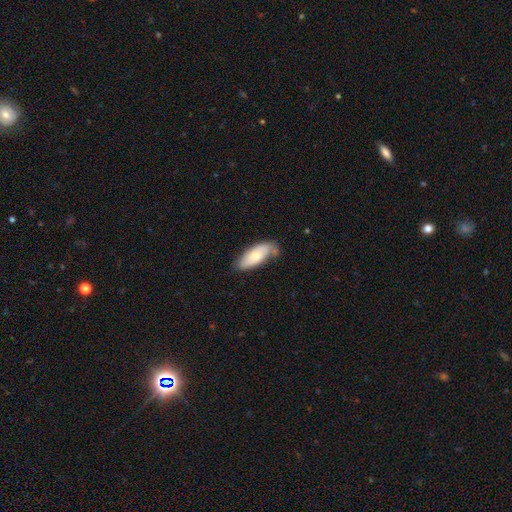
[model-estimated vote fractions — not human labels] Overall: smooth (64%; featured or disk 30%). How rounded: in between (82%). Merging: none (57%; minor disturbance 30%).